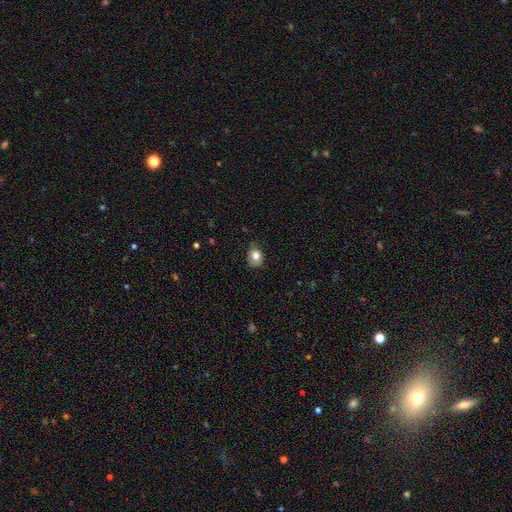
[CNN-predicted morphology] This is likely a smooth galaxy (80%). How rounded: possibly in between (58%). Merging: likely none (64%).